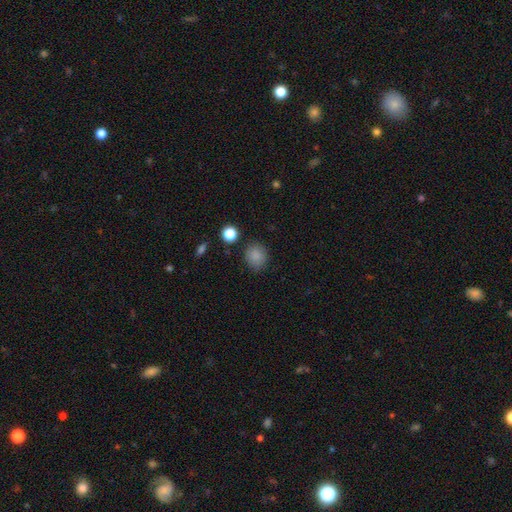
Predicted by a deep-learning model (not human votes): Smooth or featured: smooth — 86% (star or artifact — 10%)
How rounded: round — 75% (in between — 24%)
Merging: none — 84% (minor disturbance — 11%)